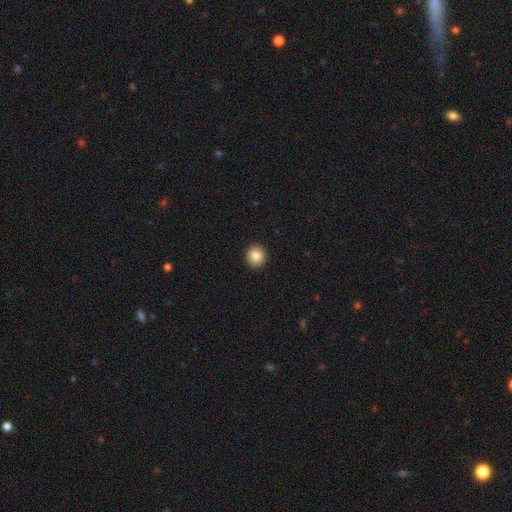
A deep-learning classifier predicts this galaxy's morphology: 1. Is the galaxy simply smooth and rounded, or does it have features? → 85% smooth, 9% star or artifact, 6% featured or disk.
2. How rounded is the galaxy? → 93% round, 6% in between, 1% cigar-shaped.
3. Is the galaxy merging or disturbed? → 93% none, 4% minor disturbance, 1% major disturbance, 1% merger.